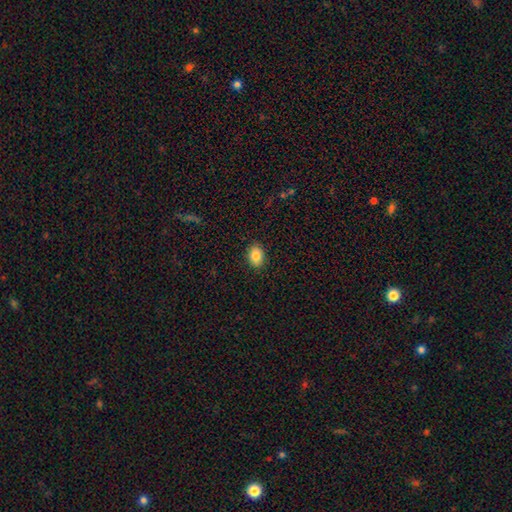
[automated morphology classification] smooth_or_featured: smooth (p=0.85) [alt: star or artifact p=0.08]
how_rounded: in between (p=0.76) [alt: round p=0.23]
merging: none (p=0.90) [alt: minor disturbance p=0.08]